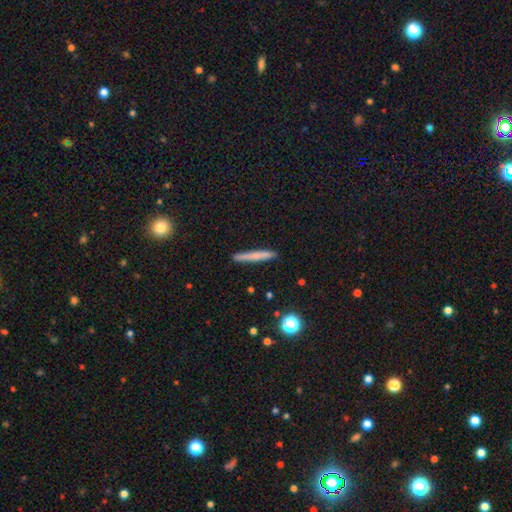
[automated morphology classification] A smooth galaxy with no disk features (67%) that is cigar-shaped (95%).

Vote fractions:
- Smooth or featured? smooth: 67% / featured or disk: 25% / star or artifact: 7%
- How rounded? cigar-shaped: 95% / in between: 3% / round: 2%
- Merging? none: 89% / minor disturbance: 8% / major disturbance: 2% / merger: 1%